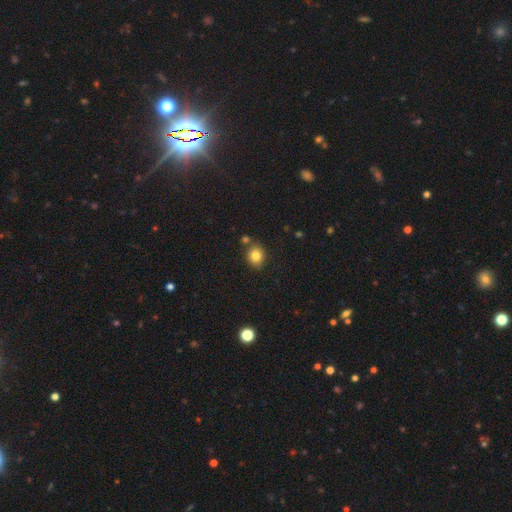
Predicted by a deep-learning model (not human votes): smooth 82%, star or artifact 11%, featured or disk 7%. Down the decision tree: how rounded — round (65%); merging — none (73%).